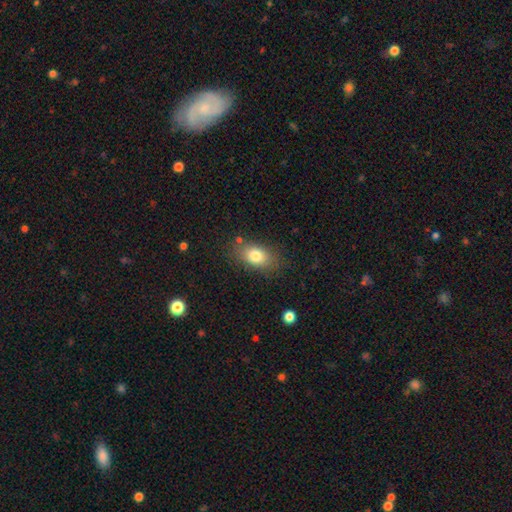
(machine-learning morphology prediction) smooth_or_featured: smooth (p=0.80) [alt: featured or disk p=0.11]
how_rounded: in between (p=0.85) [alt: round p=0.12]
merging: none (p=0.79) [alt: minor disturbance p=0.14]